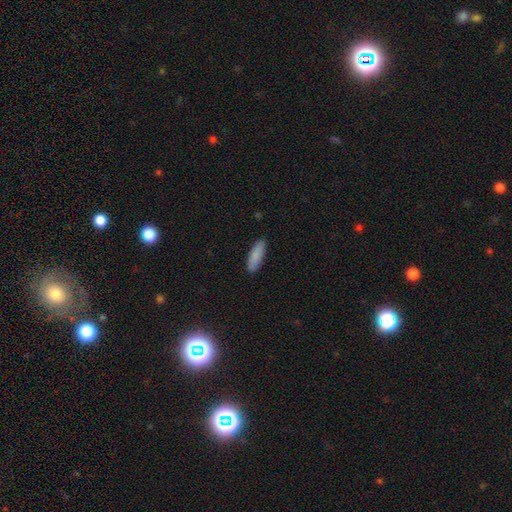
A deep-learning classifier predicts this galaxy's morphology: Q: Smooth or featured?
A: smooth (88%); runner-up: featured or disk (6%)
Q: How rounded?
A: in between (55%); runner-up: cigar-shaped (43%)
Q: Merging?
A: none (87%); runner-up: minor disturbance (10%)